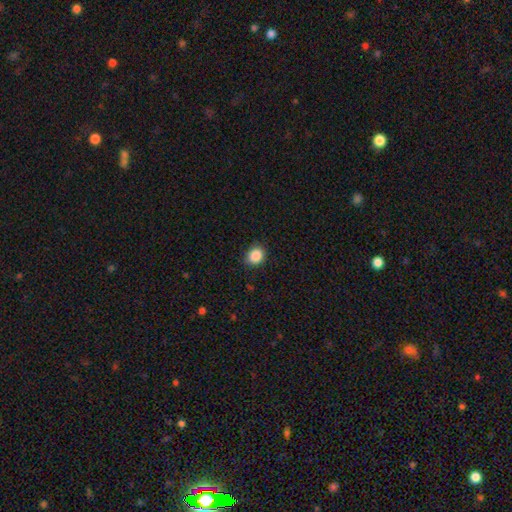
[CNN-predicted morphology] smooth-or-featured: smooth: 88% | star or artifact: 9% | featured or disk: 3%
  how-rounded: round: 61% | in between: 38% | cigar-shaped: 1%
  merging: none: 87% | minor disturbance: 10% | major disturbance: 2% | merger: 1%